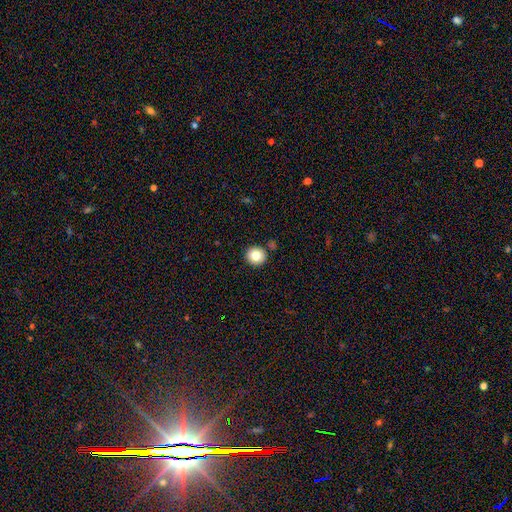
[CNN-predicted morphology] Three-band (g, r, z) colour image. It shows a smooth galaxy with no disk features (81%) that is round (93%). Merging: none (89%).